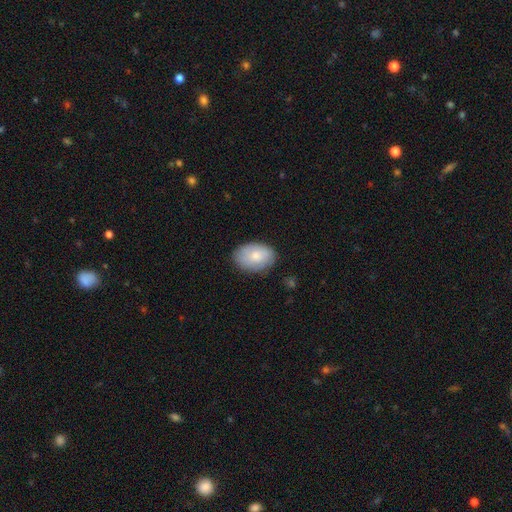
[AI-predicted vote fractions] This is likely a smooth galaxy (75%). How rounded: clearly in between (82%). Merging: likely none (79%).